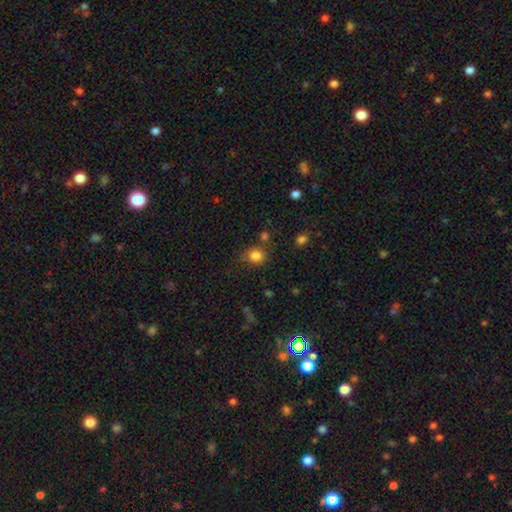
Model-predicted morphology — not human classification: Smooth or featured? Predicted: smooth (p=0.82). How rounded? Predicted: round (p=0.71). Merging? Predicted: none (p=0.67).